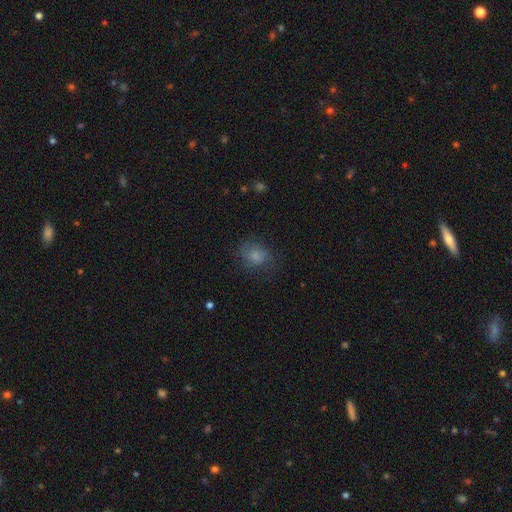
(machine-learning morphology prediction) A smooth galaxy with no disk features (75%) that is round (57%). Merging: none (65%).